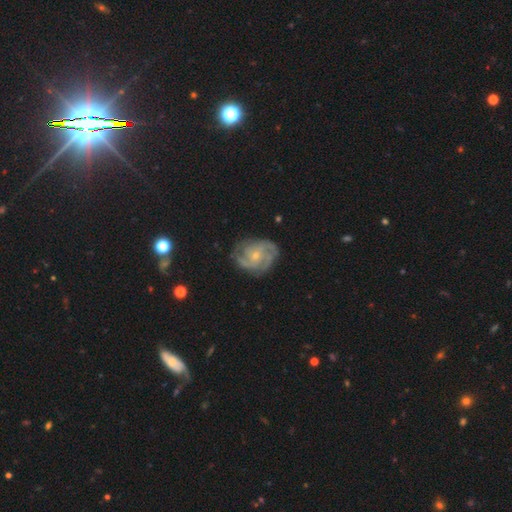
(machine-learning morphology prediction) Smooth or featured? Predicted: featured or disk (p=0.85). Edge-on disk? Predicted: no (p=0.98). Bar? Predicted: no (p=0.70). Spiral arms? Predicted: yes (p=0.96). Spiral winding? Predicted: tight (p=0.46). Spiral arm count? Predicted: 3 (p=0.33). Bulge size? Predicted: small (p=0.71). Merging? Predicted: none (p=0.74).